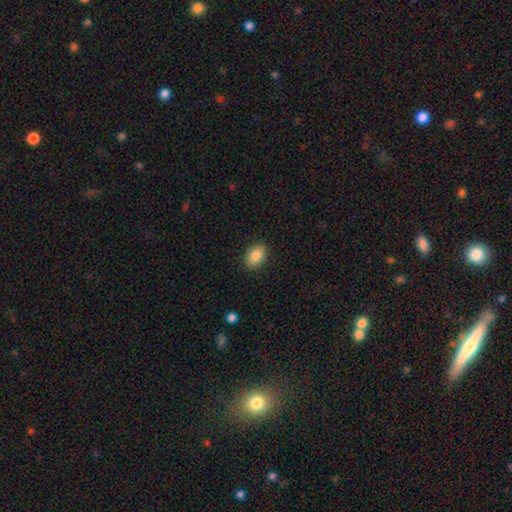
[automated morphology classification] Overall: smooth (84%). How rounded: in between (81%). Merging: none (89%).